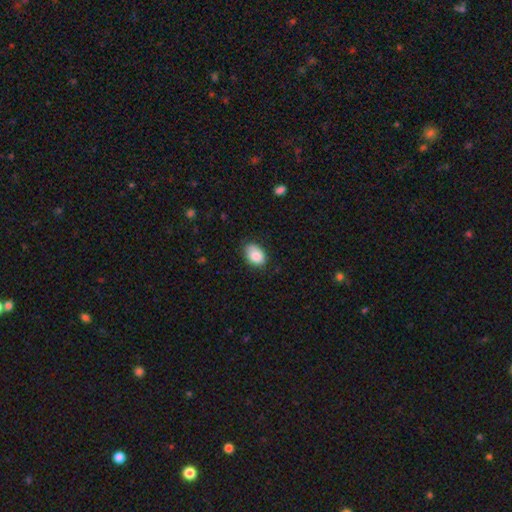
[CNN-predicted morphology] smooth_or_featured: smooth (p=0.86) [alt: star or artifact p=0.07]
how_rounded: in between (p=0.83) [alt: round p=0.16]
merging: none (p=0.74) [alt: minor disturbance p=0.21]